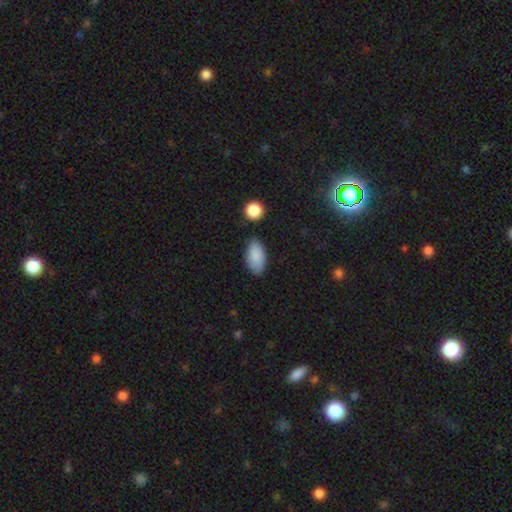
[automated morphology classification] This is clearly a smooth galaxy (88%). How rounded: clearly in between (93%). Merging: likely none (79%).